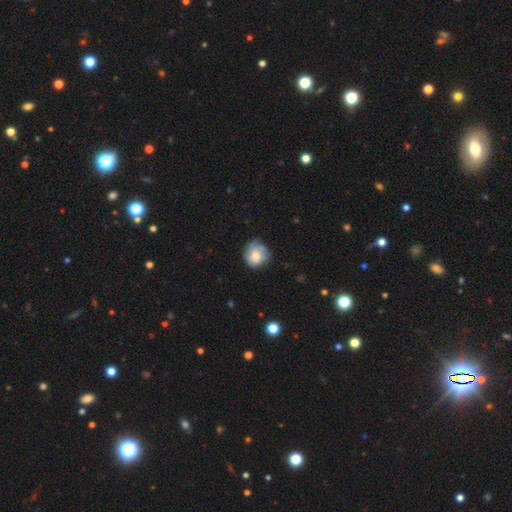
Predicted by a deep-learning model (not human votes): A smooth galaxy with no disk features (62%) that is round (81%). Merging: none (62%).